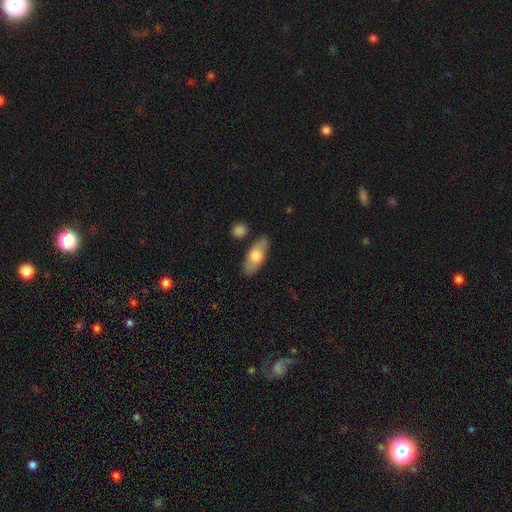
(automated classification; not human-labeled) The model was most divided on "smooth or featured": smooth: 67%, featured or disk: 27%, star or artifact: 6%. More confident: merging — none (82%); how rounded — in between (80%).